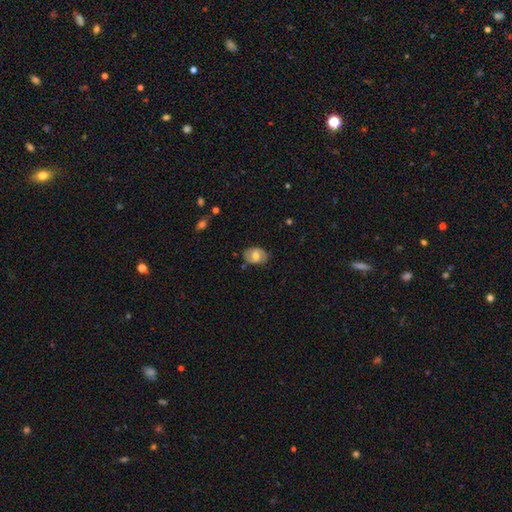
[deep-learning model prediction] This is possibly a featured or disk galaxy (57%). It is clearly not viewed edge-on (96%). Bar: possibly weak (47%). Spiral arm pattern: likely yes (77%). Central bulge: likely moderate (67%). Merging: likely none (79%).